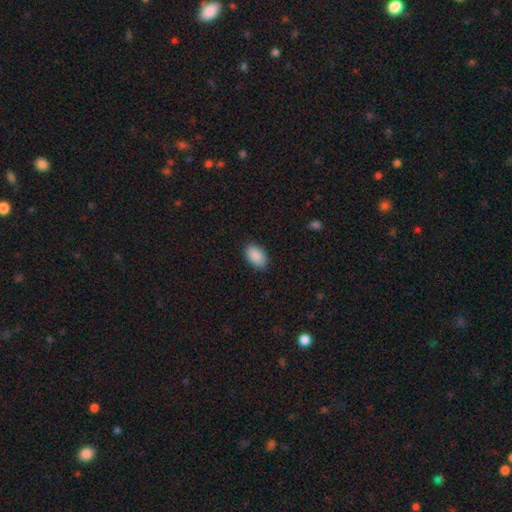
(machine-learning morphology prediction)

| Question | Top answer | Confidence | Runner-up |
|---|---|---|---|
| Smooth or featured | smooth | 90% | star or artifact (7%) |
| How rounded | in between | 91% | round (7%) |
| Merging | none | 84% | minor disturbance (12%) |